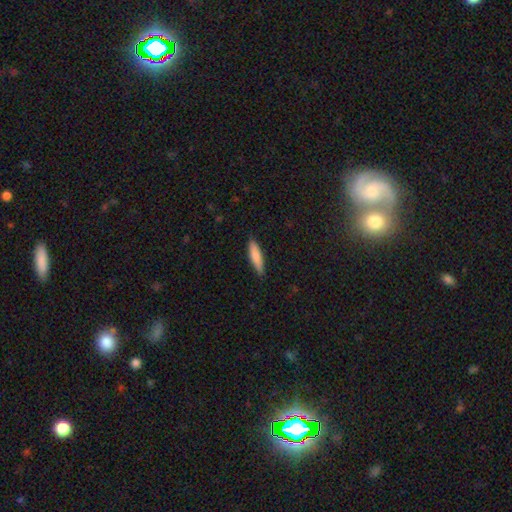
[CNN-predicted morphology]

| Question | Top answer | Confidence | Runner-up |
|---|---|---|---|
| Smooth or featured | smooth | 81% | featured or disk (13%) |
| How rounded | cigar-shaped | 78% | in between (21%) |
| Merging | none | 87% | minor disturbance (10%) |